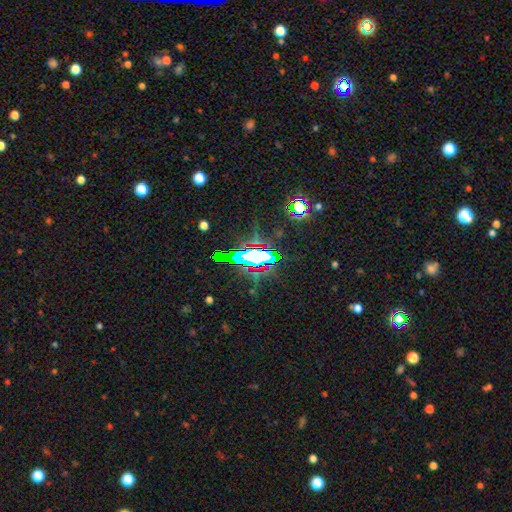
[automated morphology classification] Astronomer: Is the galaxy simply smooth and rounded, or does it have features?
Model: star or artifact — 62%.